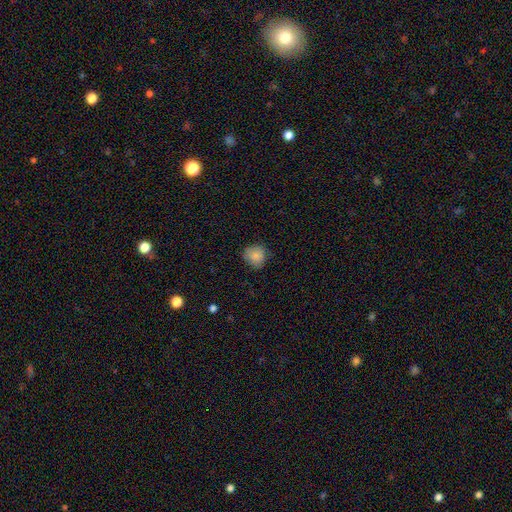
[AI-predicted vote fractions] The model was most divided on "merging": none: 77%, minor disturbance: 19%, major disturbance: 3%, merger: 1%. More confident: smooth or featured — smooth (85%); how rounded — round (85%).